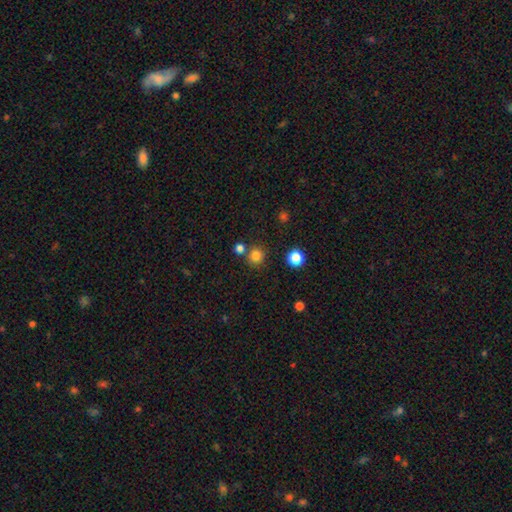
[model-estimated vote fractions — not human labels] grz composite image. It shows a smooth galaxy with no disk features (80%) that is round (93%). Merging: none (78%).